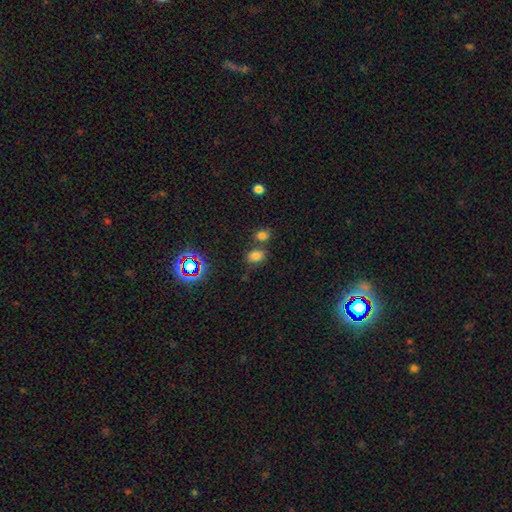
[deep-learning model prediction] Morphology: type=smooth (72%); roundness=in between (69%); merging=none (62%).